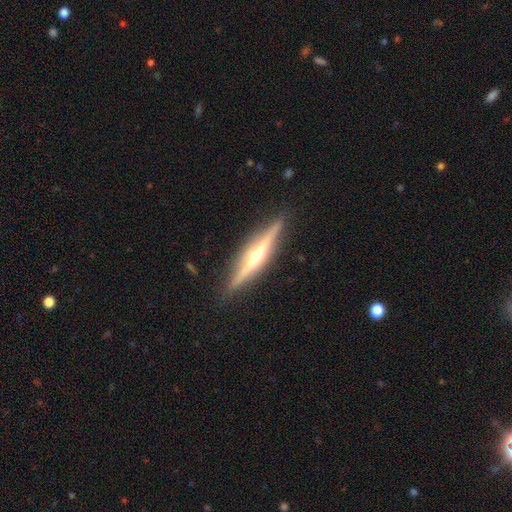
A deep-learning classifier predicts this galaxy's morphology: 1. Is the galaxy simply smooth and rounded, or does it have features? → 81% featured or disk, 14% smooth, 5% star or artifact.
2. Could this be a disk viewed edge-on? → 98% yes, 2% no.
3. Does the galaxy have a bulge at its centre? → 88% rounded, 6% none, 5% boxy.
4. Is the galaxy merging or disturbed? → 90% none, 7% minor disturbance, 1% major disturbance, 1% merger.